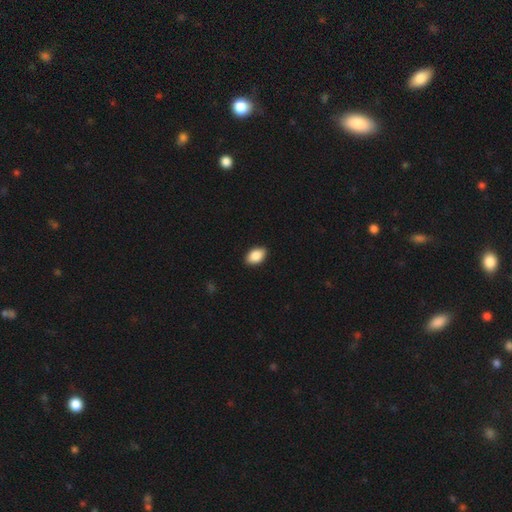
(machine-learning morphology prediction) smooth-or-featured: smooth: 88% | star or artifact: 7% | featured or disk: 5%
  how-rounded: in between: 90% | round: 8% | cigar-shaped: 1%
  merging: none: 89% | minor disturbance: 8% | major disturbance: 2% | merger: 1%